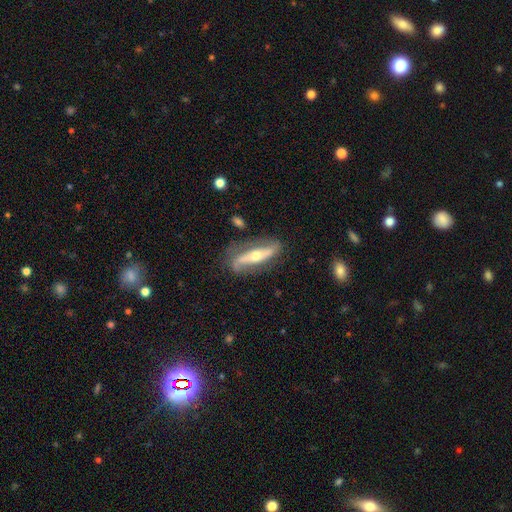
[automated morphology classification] Overall: featured or disk (77%). Edge-on disk: no (61%; yes 39%). Merging: none (70%).